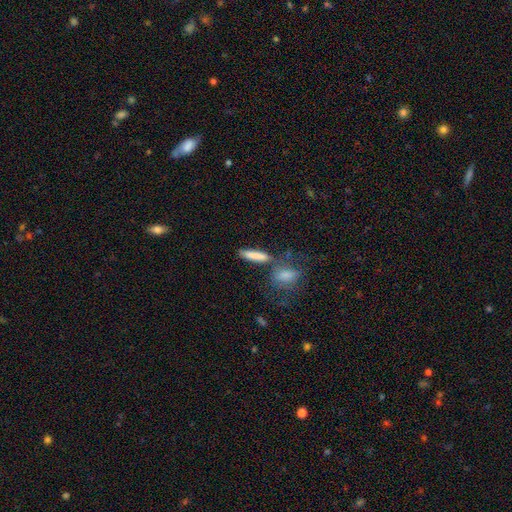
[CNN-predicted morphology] Smooth or featured: smooth — 82% (featured or disk — 11%)
How rounded: cigar-shaped — 74% (in between — 23%)
Merging: none — 67% (merger — 16%)